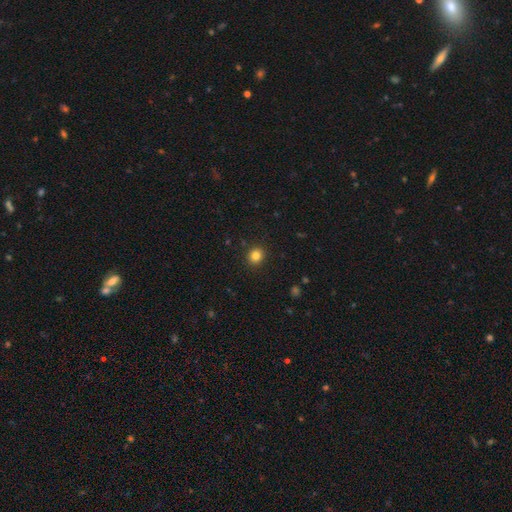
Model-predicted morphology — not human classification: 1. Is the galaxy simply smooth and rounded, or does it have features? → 83% smooth, 12% star or artifact, 5% featured or disk.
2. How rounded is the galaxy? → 84% round, 15% in between, 1% cigar-shaped.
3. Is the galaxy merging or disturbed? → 91% none, 6% minor disturbance, 2% major disturbance, 1% merger.